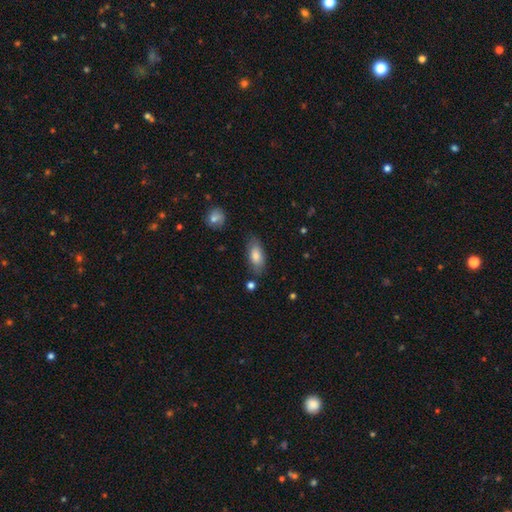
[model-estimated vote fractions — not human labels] This is likely a smooth galaxy (79%). How rounded: clearly in between (86%). Merging: likely none (77%).